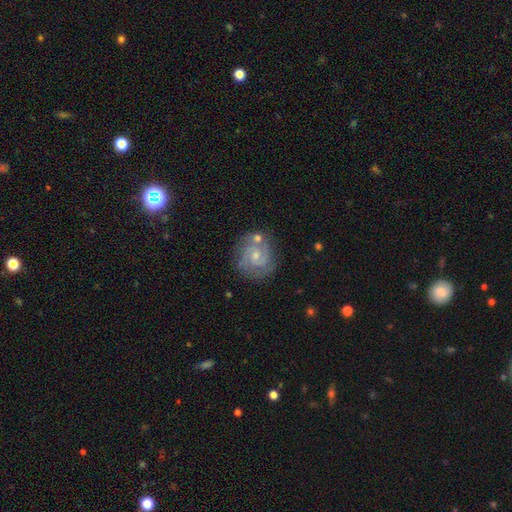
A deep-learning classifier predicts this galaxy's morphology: A featured or disk galaxy (85%) with no bar (61%), 2 (70%) tight (57%) spiral arms (97%) and a small central bulge (60%).

Vote fractions:
- Smooth or featured? featured or disk: 85% / smooth: 9% / star or artifact: 5%
- Edge-on disk? no: 98% / yes: 2%
- Bar? no: 61% / weak: 34% / strong: 5%
- Spiral arms? yes: 97% / no: 3%
- Spiral winding? tight: 57% / medium: 37% / loose: 6%
- Spiral arm count? 2: 70% / 3: 14% / can't tell: 8% / 1: 2% / 4: 2% / more than 4: 2%
- Bulge size? small: 60% / moderate: 33% / none: 4% / large: 1% / dominant: 1%
- Merging? none: 69% / minor disturbance: 16% / merger: 9% / major disturbance: 5%